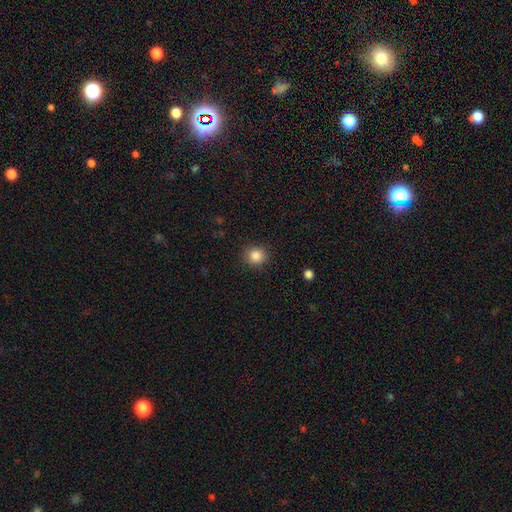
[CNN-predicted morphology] Smooth or featured: smooth — 86% (star or artifact — 10%)
How rounded: round — 91% (in between — 8%)
Merging: none — 90% (minor disturbance — 7%)